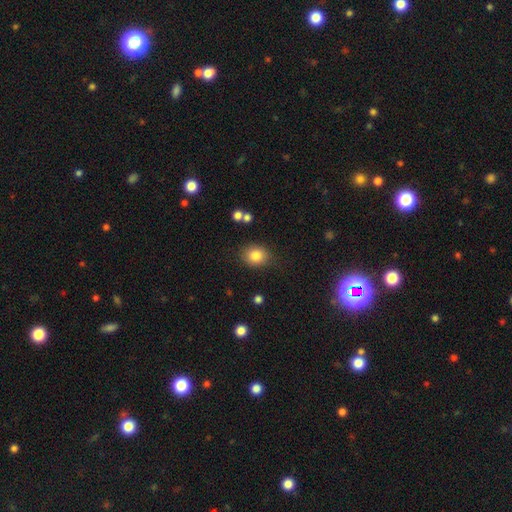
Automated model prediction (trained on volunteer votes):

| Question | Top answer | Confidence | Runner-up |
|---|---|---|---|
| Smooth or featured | smooth | 82% | star or artifact (10%) |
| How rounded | round | 61% | in between (38%) |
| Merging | none | 79% | minor disturbance (14%) |